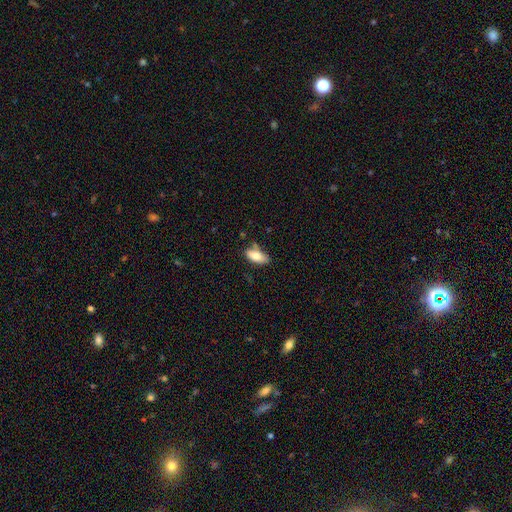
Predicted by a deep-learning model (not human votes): Morphology: type=smooth (79%); roundness=in between (88%); merging=none (67%).